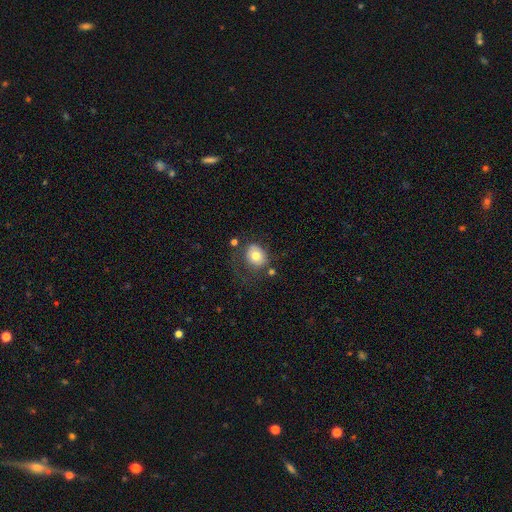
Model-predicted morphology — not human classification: smooth 72%, featured or disk 19%, star or artifact 9%. Down the decision tree: how rounded — round (69%); merging — none (54%).